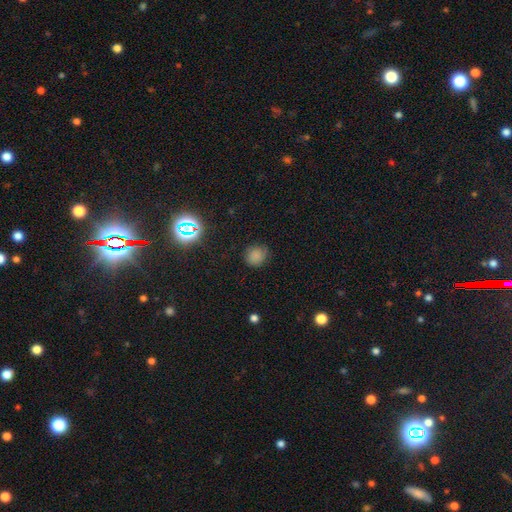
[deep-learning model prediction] Smooth or featured?
  - smooth: 76% *
  - star or artifact: 18%
  - featured or disk: 5%
How rounded?
  - round: 80% *
  - in between: 19%
  - cigar-shaped: 1%
Merging?
  - none: 79% *
  - minor disturbance: 16%
  - major disturbance: 4%
  - merger: 1%